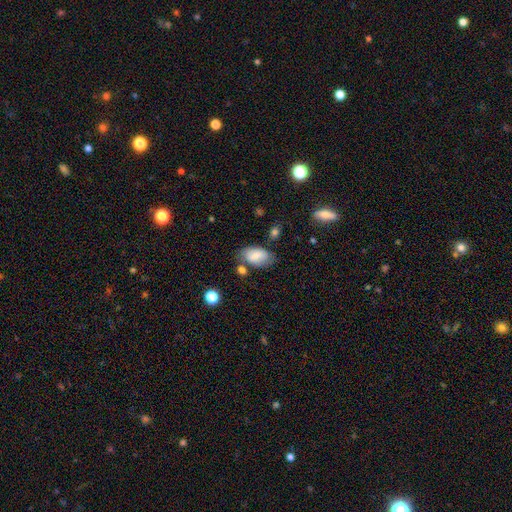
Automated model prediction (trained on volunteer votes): Smooth or featured: smooth — 78% (featured or disk — 14%)
How rounded: in between — 93% (round — 6%)
Merging: none — 63% (minor disturbance — 22%)